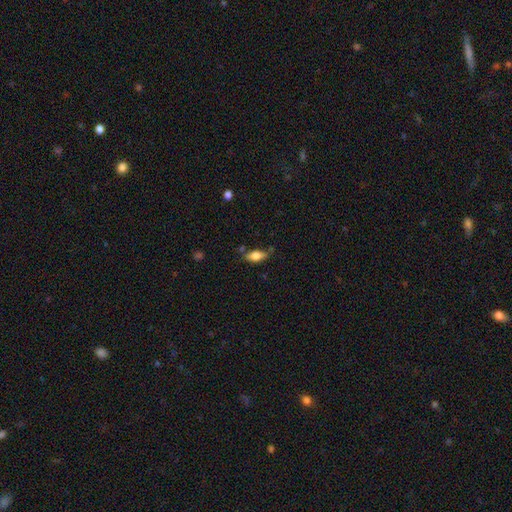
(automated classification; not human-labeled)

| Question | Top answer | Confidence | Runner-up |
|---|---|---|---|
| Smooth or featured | smooth | 75% | featured or disk (18%) |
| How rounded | in between | 83% | cigar-shaped (14%) |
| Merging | none | 68% | minor disturbance (21%) |